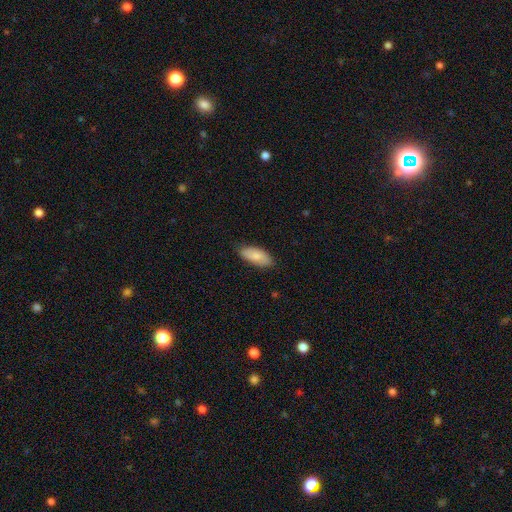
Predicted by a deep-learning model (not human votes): smooth 79%, featured or disk 15%, star or artifact 6%. Down the decision tree: how rounded — in between (89%); merging — none (81%).